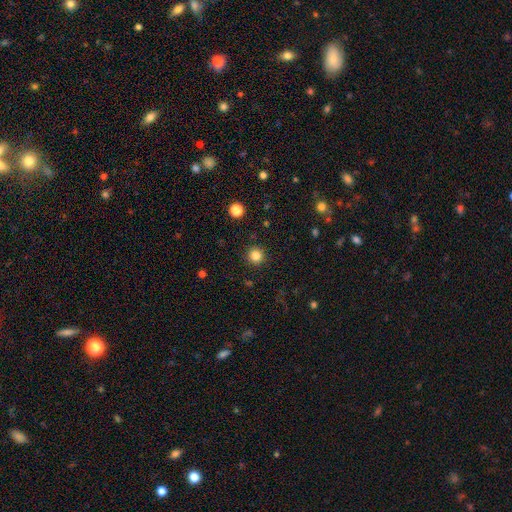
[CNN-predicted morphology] Smooth or featured: smooth — 83% (star or artifact — 12%)
How rounded: round — 95% (in between — 4%)
Merging: none — 92% (minor disturbance — 5%)